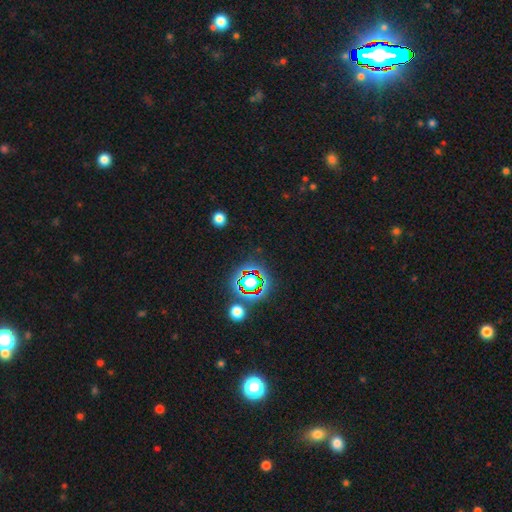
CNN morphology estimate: Smooth or featured? Predicted: star or artifact (p=0.78).